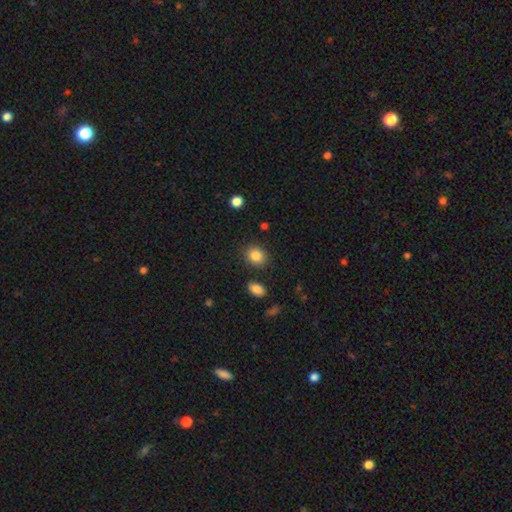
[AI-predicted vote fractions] The model was most divided on "how rounded": round: 62%, in between: 37%, cigar-shaped: 1%. More confident: smooth or featured — smooth (86%); merging — none (85%).